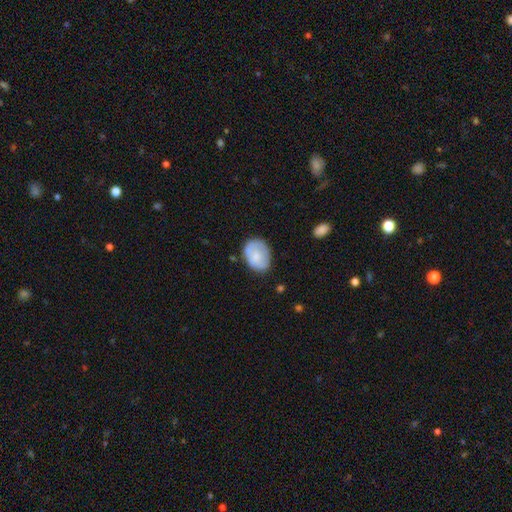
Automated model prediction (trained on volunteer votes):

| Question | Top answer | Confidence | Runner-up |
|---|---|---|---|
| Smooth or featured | smooth | 70% | featured or disk (23%) |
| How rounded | in between | 73% | round (26%) |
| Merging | none | 68% | minor disturbance (23%) |